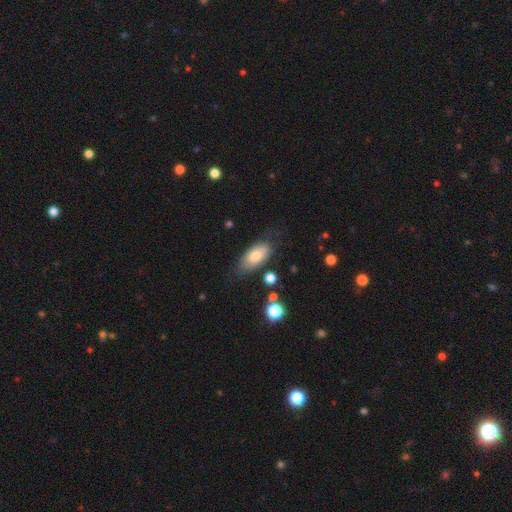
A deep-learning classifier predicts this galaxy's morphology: Q: Smooth or featured?
A: smooth (73%); runner-up: featured or disk (20%)
Q: How rounded?
A: in between (89%); runner-up: cigar-shaped (9%)
Q: Merging?
A: none (69%); runner-up: minor disturbance (22%)